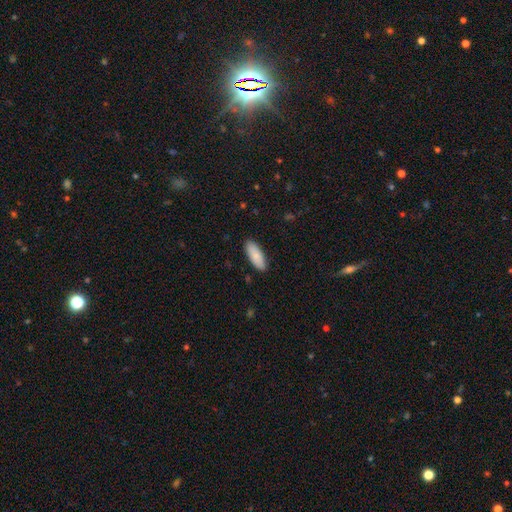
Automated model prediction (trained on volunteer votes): Smooth or featured? smooth (84%)
How rounded? in between (76%)
Merging? none (88%)